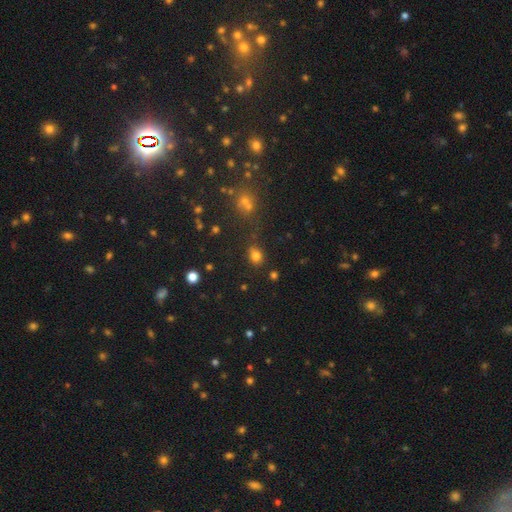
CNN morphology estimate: smooth-or-featured: smooth: 77% | star or artifact: 16% | featured or disk: 7%
  how-rounded: round: 50% | in between: 49% | cigar-shaped: 1%
  merging: none: 70% | minor disturbance: 17% | merger: 8% | major disturbance: 6%